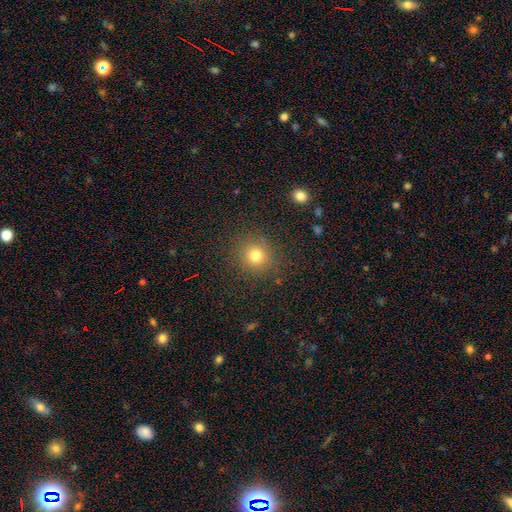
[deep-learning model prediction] Smooth or featured? smooth (77%)
How rounded? round (90%)
Merging? none (88%)